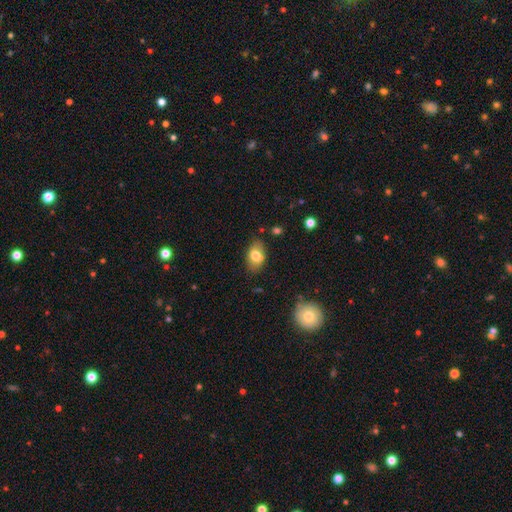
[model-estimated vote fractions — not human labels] Smooth or featured?
  - smooth: 75% *
  - featured or disk: 17%
  - star or artifact: 8%
How rounded?
  - in between: 86% *
  - round: 13%
  - cigar-shaped: 2%
Merging?
  - none: 78% *
  - minor disturbance: 16%
  - major disturbance: 3%
  - merger: 3%